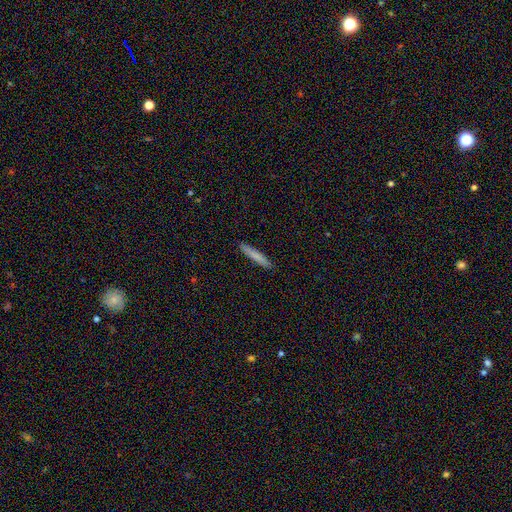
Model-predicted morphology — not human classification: smooth-or-featured: smooth: 79% | featured or disk: 15% | star or artifact: 6%
  how-rounded: cigar-shaped: 95% | in between: 4% | round: 1%
  merging: none: 92% | minor disturbance: 6% | major disturbance: 1% | merger: 1%